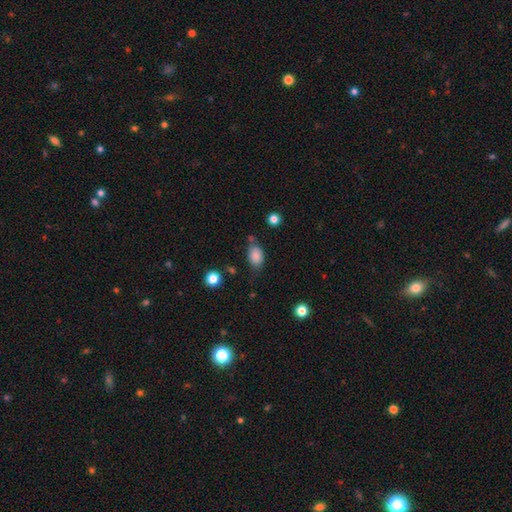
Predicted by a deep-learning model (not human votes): A smooth galaxy with no disk features (82%) that is in between round and cigar-shaped (84%). Merging: none (61%).